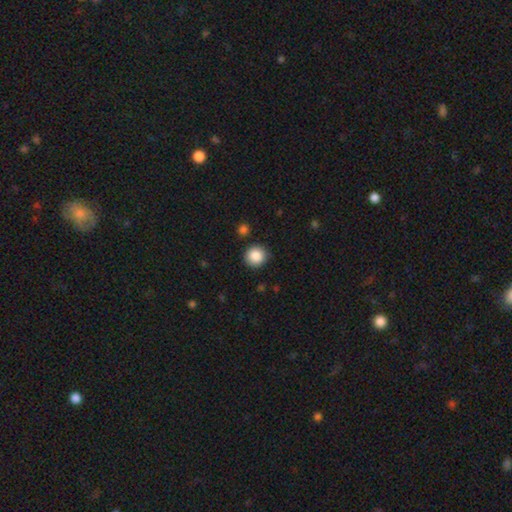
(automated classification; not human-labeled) The model was most divided on "smooth or featured": smooth: 88%, star or artifact: 9%, featured or disk: 3%. More confident: how rounded — round (93%); merging — none (89%).